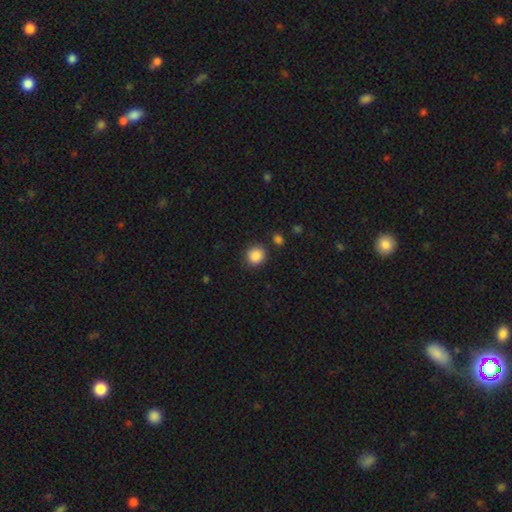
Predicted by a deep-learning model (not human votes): The model was most divided on "smooth or featured": smooth: 88%, star or artifact: 9%, featured or disk: 3%. More confident: how rounded — round (91%); merging — none (87%).